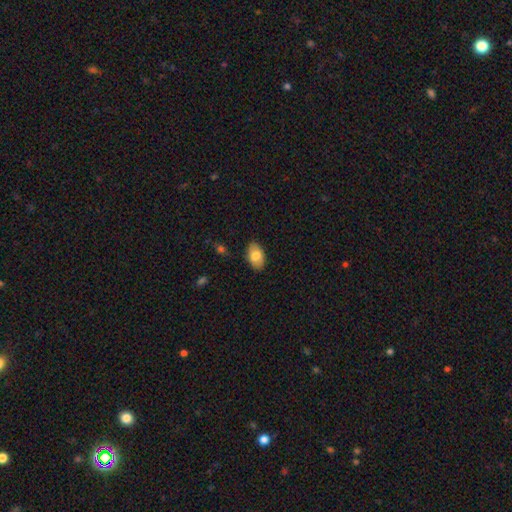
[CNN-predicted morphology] Overall: smooth (79%). How rounded: in between (92%). Merging: none (86%).